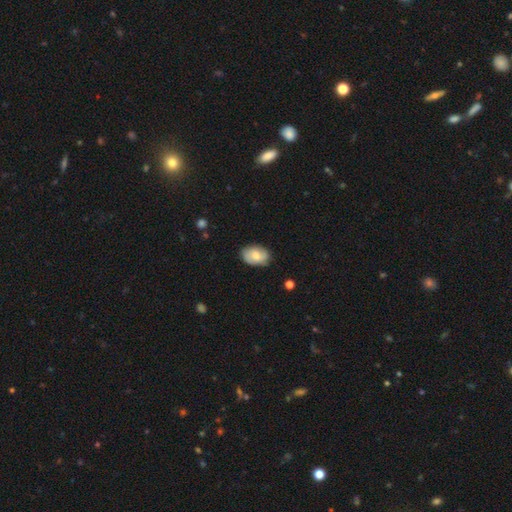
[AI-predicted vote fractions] This appears to be a smooth galaxy with no disk features (69%) that is in between round and cigar-shaped (85%). Merging: none (80%).